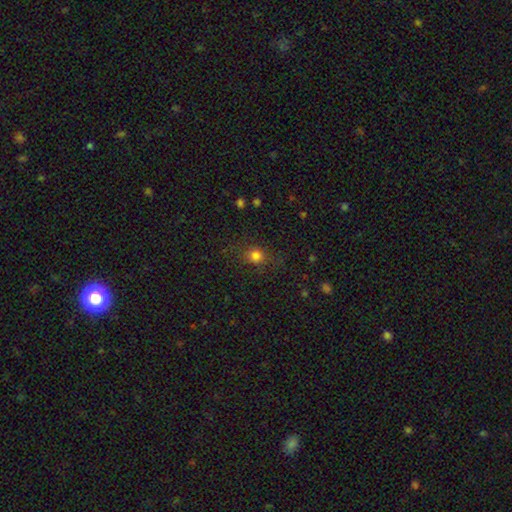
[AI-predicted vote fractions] Smooth or featured: smooth — 77% (star or artifact — 16%)
How rounded: round — 77% (in between — 22%)
Merging: none — 78% (minor disturbance — 14%)